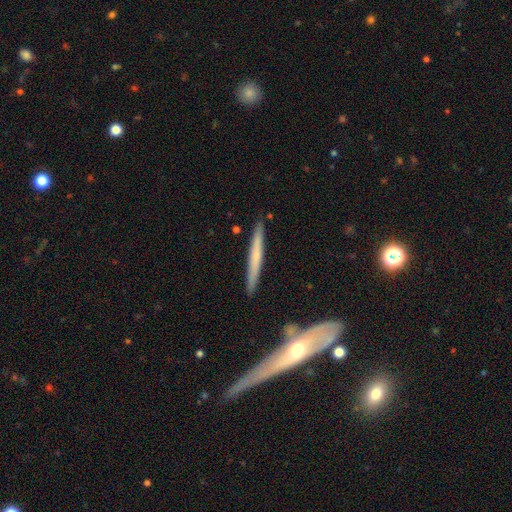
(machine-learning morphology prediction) This appears to be a smooth galaxy with no disk features (47%, tied with featured or disk). Merging: none (87%).